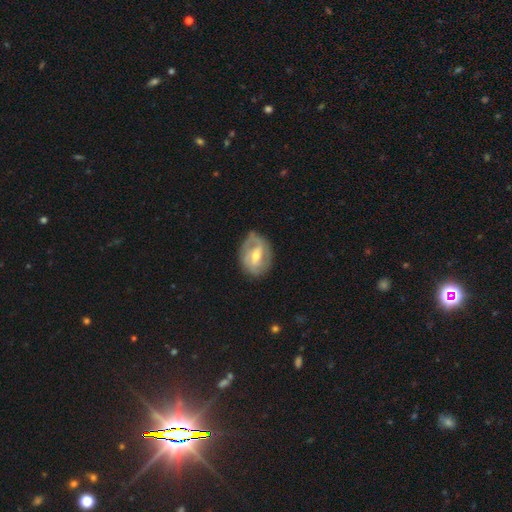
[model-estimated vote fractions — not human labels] Smooth or featured: featured or disk — 76% (smooth — 19%)
Edge-on disk: no — 96% (yes — 4%)
Bar: weak — 48% (strong — 31%)
Spiral arms: yes — 86% (no — 14%)
Spiral winding: tight — 43% (medium — 40%)
Spiral arm count: 2 — 60% (can't tell — 19%)
Bulge size: moderate — 61% (small — 34%)
Merging: none — 67% (minor disturbance — 24%)